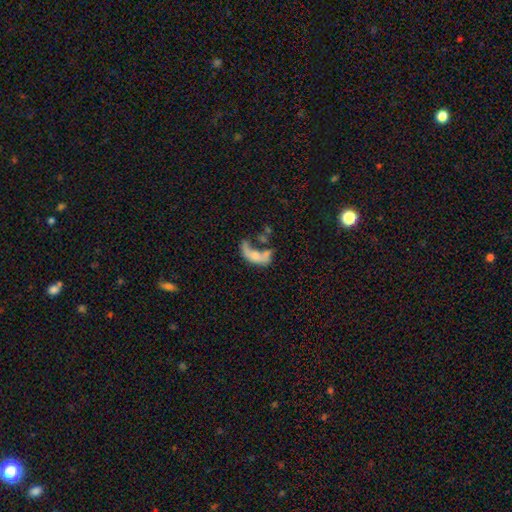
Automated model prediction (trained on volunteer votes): A featured or disk galaxy (48%).

Vote fractions:
- Smooth or featured? featured or disk: 48% / smooth: 41% / star or artifact: 11%
- Merging? major disturbance: 40% / merger: 35% / none: 15% / minor disturbance: 10%